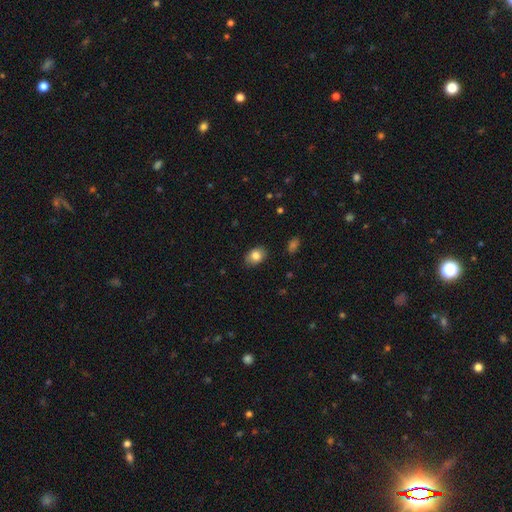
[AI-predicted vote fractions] Smooth or featured? smooth (83%)
How rounded? in between (72%)
Merging? none (85%)